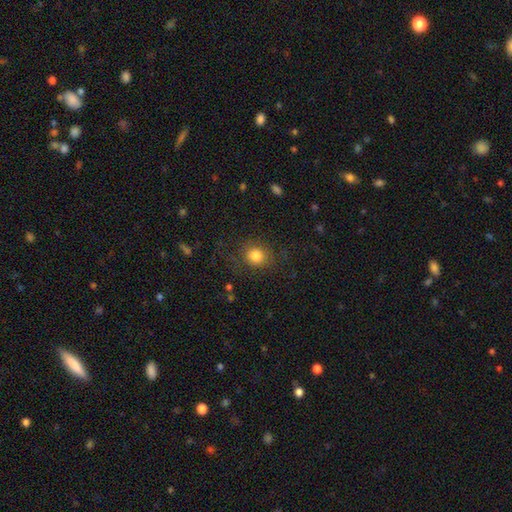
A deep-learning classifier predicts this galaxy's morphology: smooth_or_featured: smooth (p=0.82) [alt: star or artifact p=0.11]
how_rounded: round (p=0.78) [alt: in between p=0.21]
merging: none (p=0.79) [alt: minor disturbance p=0.12]